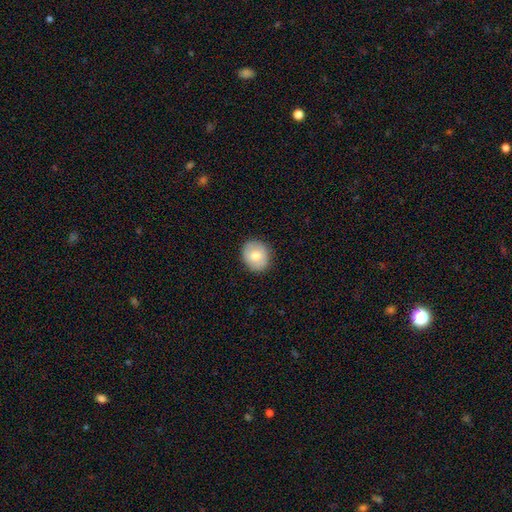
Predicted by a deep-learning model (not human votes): Smooth or featured? smooth (73%)
How rounded? round (74%)
Merging? none (88%)